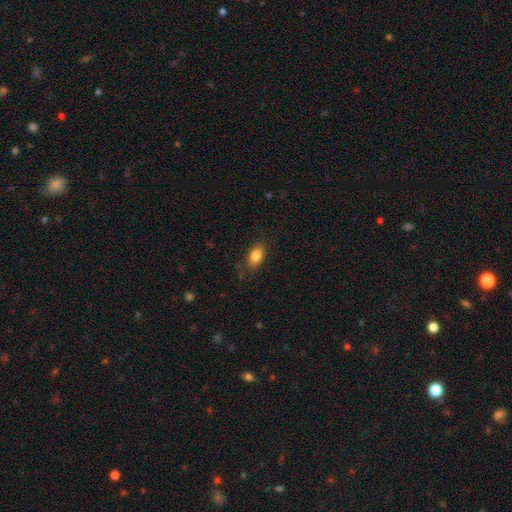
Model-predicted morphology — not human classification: smooth 83%, featured or disk 9%, star or artifact 8%. Down the decision tree: how rounded — in between (88%); merging — none (81%).